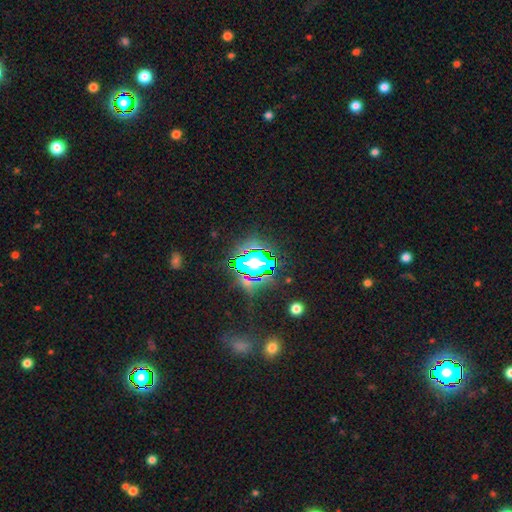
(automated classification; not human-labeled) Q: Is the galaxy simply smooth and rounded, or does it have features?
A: star or artifact — 75%.